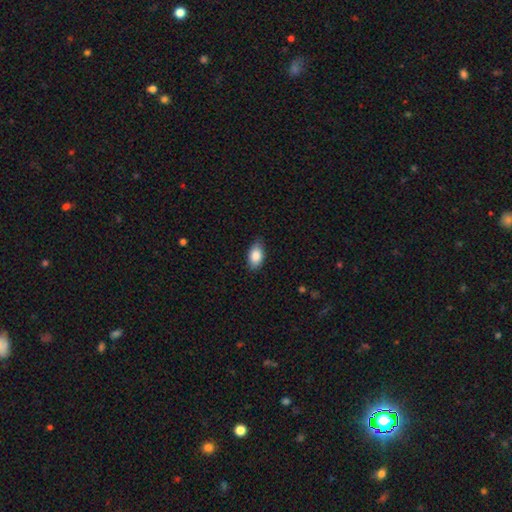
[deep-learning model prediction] The model was most divided on "merging": none: 80%, minor disturbance: 16%, major disturbance: 3%, merger: 1%. More confident: how rounded — in between (91%); smooth or featured — smooth (86%).